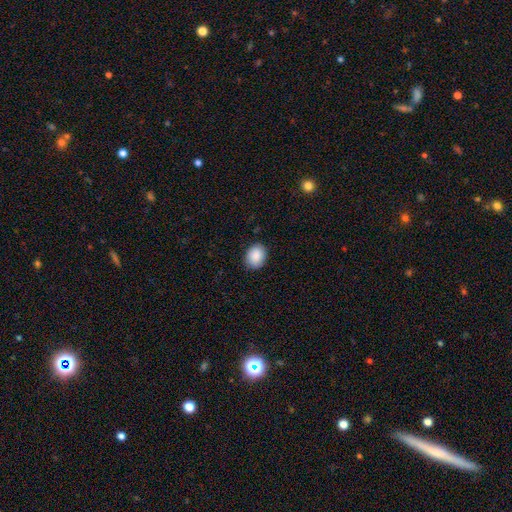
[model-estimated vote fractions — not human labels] The model was most divided on "how rounded": in between: 54%, round: 45%, cigar-shaped: 1%. More confident: smooth or featured — smooth (89%); merging — none (85%).